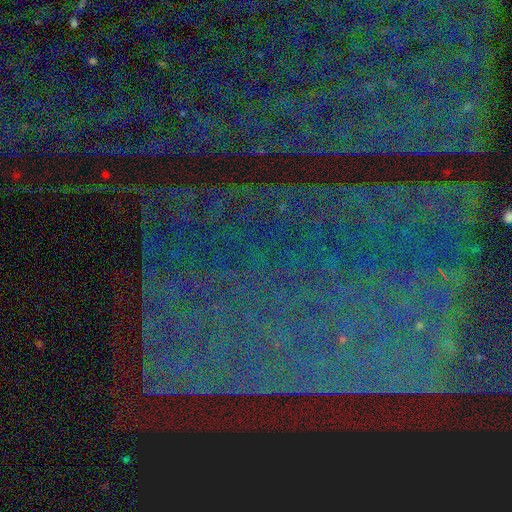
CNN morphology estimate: Smooth or featured? star or artifact (84%)